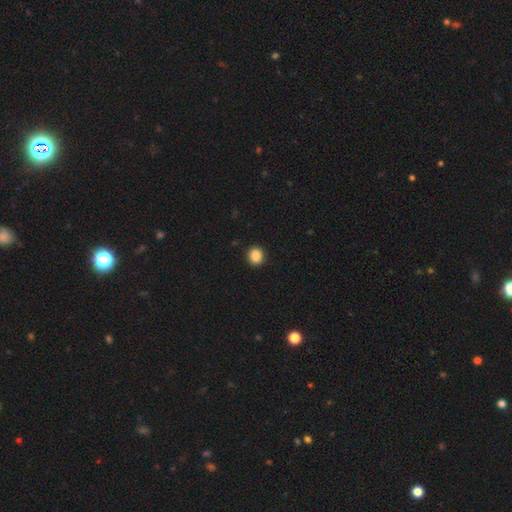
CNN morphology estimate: smooth_or_featured: smooth (p=0.88) [alt: star or artifact p=0.10]
how_rounded: round (p=0.80) [alt: in between p=0.19]
merging: none (p=0.92) [alt: minor disturbance p=0.06]